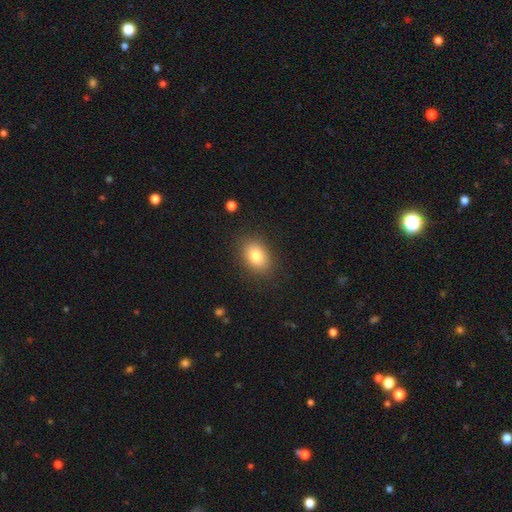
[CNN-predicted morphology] This appears to be a smooth galaxy with no disk features (82%) that is in between round and cigar-shaped (75%). Merging: none (86%).